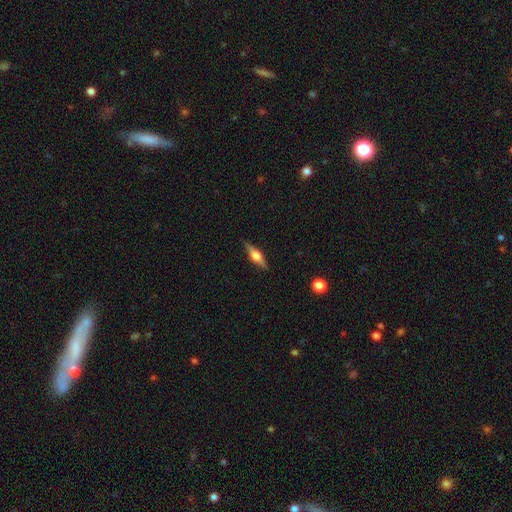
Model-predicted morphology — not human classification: A featured or disk galaxy (70%) viewed edge-on (97%) with a rounded central bulge (92%). Merging: none (89%).